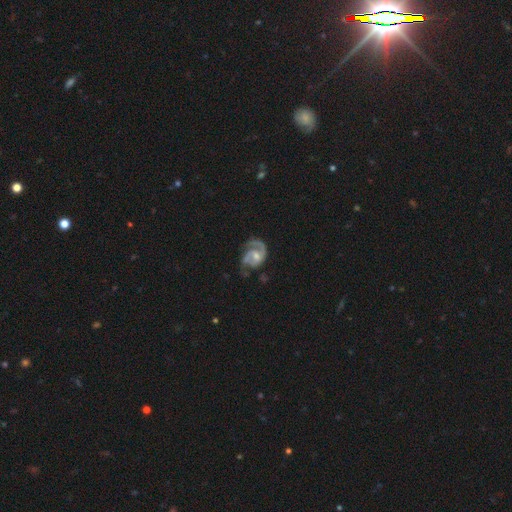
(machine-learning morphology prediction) The model was most divided on "bulge size": moderate: 47%, small: 44%, none: 5%, large: 3%, dominant: 1%. More confident: edge-on disk — no (98%); spiral arms — yes (97%); smooth or featured — featured or disk (88%); spiral arm count — 2 (74%); bar — no (55%); merging — none (54%); spiral winding — medium (50%).